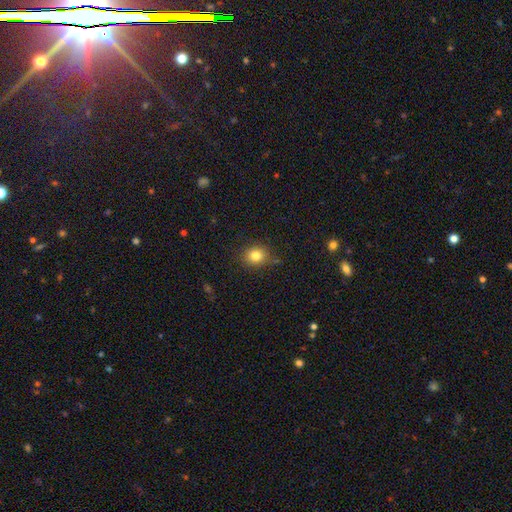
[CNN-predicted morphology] The model was most divided on "how rounded": round: 80%, in between: 19%, cigar-shaped: 1%. More confident: merging — none (82%); smooth or featured — smooth (82%).